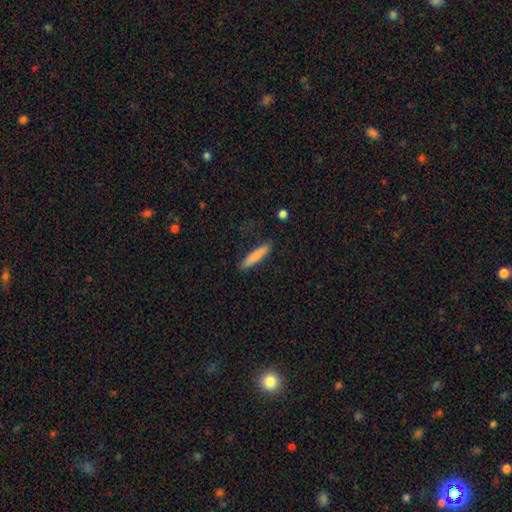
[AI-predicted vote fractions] Smooth or featured? Predicted: smooth (p=0.82). How rounded? Predicted: cigar-shaped (p=0.87). Merging? Predicted: none (p=0.86).